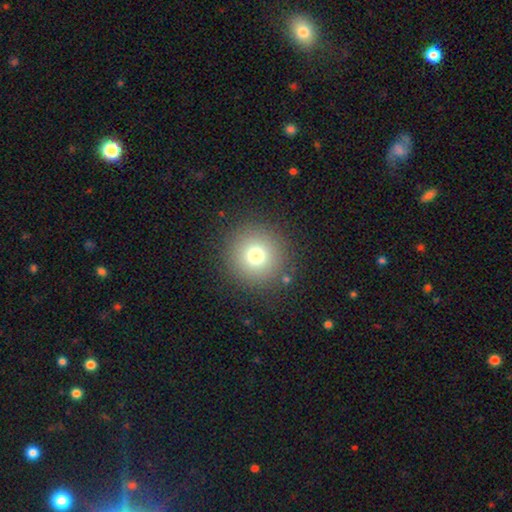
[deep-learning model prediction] Smooth or featured?
  - smooth: 76% *
  - star or artifact: 15%
  - featured or disk: 9%
How rounded?
  - round: 96% *
  - in between: 3%
  - cigar-shaped: 1%
Merging?
  - none: 89% *
  - minor disturbance: 6%
  - major disturbance: 3%
  - merger: 2%